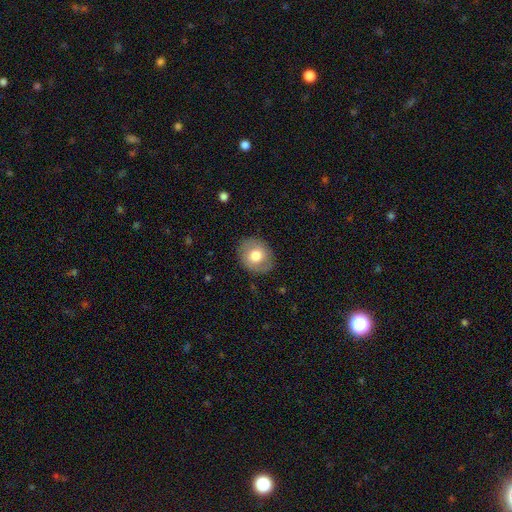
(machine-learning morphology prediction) smooth-or-featured: smooth: 70% | featured or disk: 23% | star or artifact: 7%
  how-rounded: round: 62% | in between: 37% | cigar-shaped: 1%
  merging: none: 86% | minor disturbance: 10% | major disturbance: 3% | merger: 1%